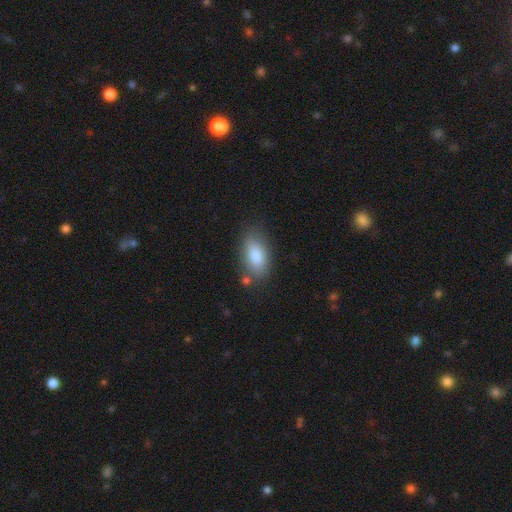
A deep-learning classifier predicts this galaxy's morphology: smooth_or_featured: smooth (p=0.83) [alt: featured or disk p=0.10]
how_rounded: in between (p=0.91) [alt: cigar-shaped p=0.05]
merging: none (p=0.75) [alt: minor disturbance p=0.16]